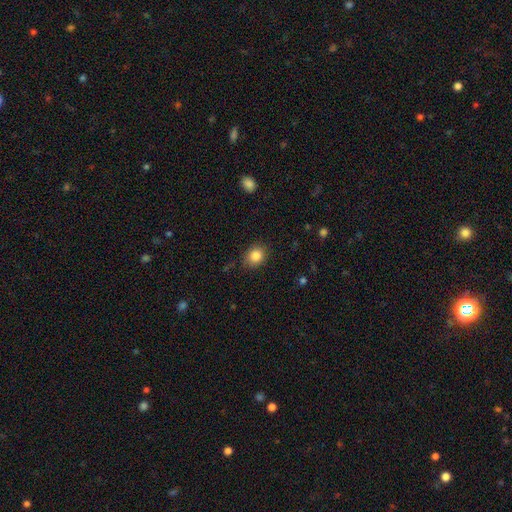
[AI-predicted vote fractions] Overall: smooth (85%). How rounded: round (63%; in between 36%). Merging: none (82%).